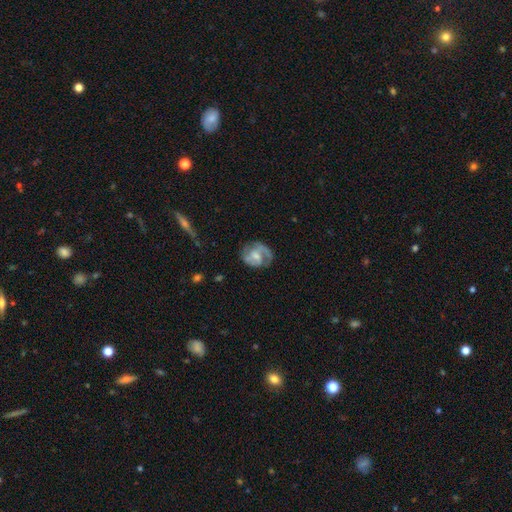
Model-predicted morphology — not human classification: smooth_or_featured: featured or disk (p=0.72) [alt: smooth p=0.21]
disk_edge_on: no (p=0.97) [alt: yes p=0.03]
bar: weak (p=0.46) [alt: no p=0.40]
has_spiral_arms: yes (p=0.88) [alt: no p=0.12]
spiral_winding: medium (p=0.47) [alt: tight p=0.31]
spiral_arm_count: 2 (p=0.65) [alt: can't tell p=0.14]
bulge_size: moderate (p=0.42) [alt: small p=0.39]
merging: none (p=0.63) [alt: minor disturbance p=0.21]